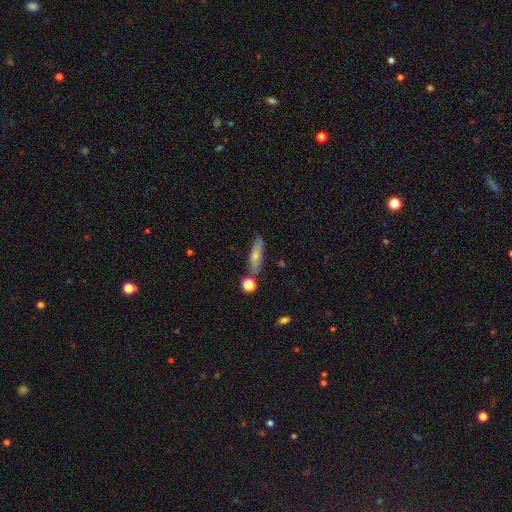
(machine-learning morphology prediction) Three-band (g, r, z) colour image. It shows a smooth galaxy with no disk features (68%) that is cigar-shaped (62%). Merging: none (72%).